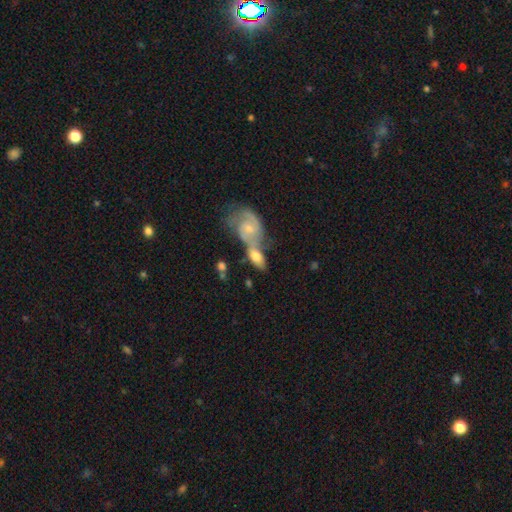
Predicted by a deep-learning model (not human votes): A smooth galaxy with no disk features (53%) that is in between round and cigar-shaped (84%). Merging: merger (63%).